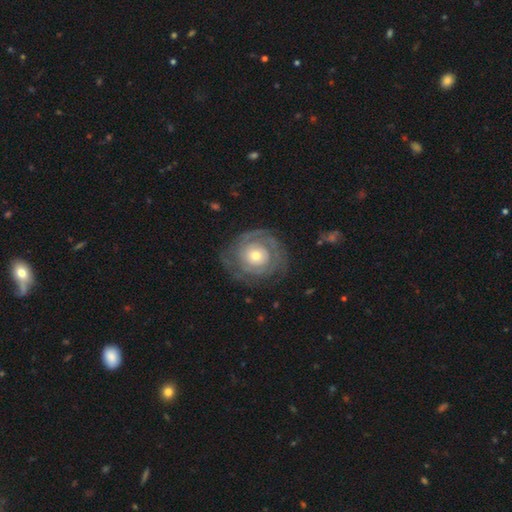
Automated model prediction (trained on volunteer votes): Q: Smooth or featured?
A: featured or disk (71%); runner-up: smooth (23%)
Q: Edge-on disk?
A: no (97%); runner-up: yes (3%)
Q: Bar?
A: no (83%); runner-up: weak (14%)
Q: Spiral arms?
A: yes (75%); runner-up: no (25%)
Q: Spiral winding?
A: tight (75%); runner-up: medium (18%)
Q: Spiral arm count?
A: can't tell (45%); runner-up: 2 (27%)
Q: Bulge size?
A: moderate (58%); runner-up: small (33%)
Q: Merging?
A: none (75%); runner-up: minor disturbance (15%)